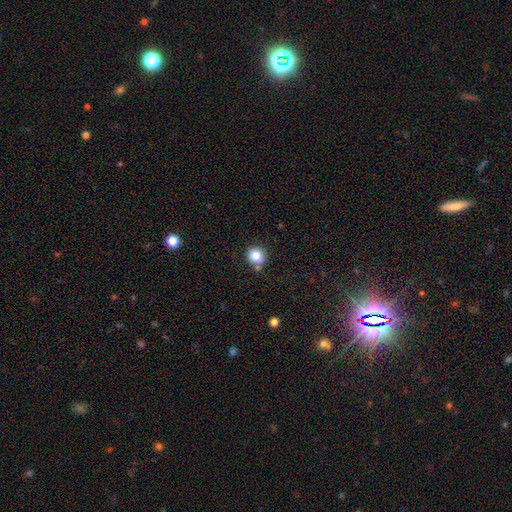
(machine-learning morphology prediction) The model was most divided on "merging": none: 70%, minor disturbance: 15%, merger: 10%, major disturbance: 4%. More confident: how rounded — round (86%); smooth or featured — smooth (84%).